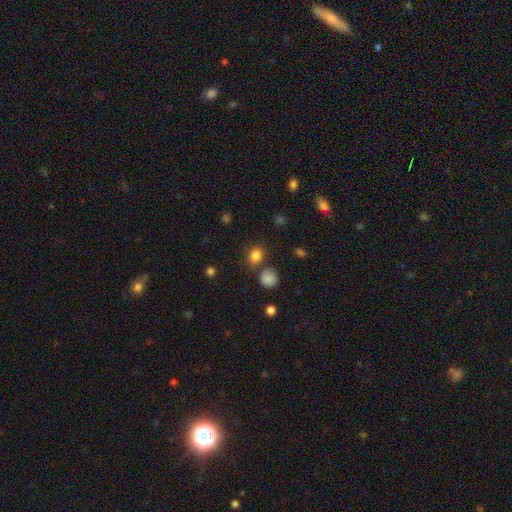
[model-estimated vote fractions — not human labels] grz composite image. It shows a smooth galaxy with no disk features (82%) that is round (59%). Merging: none (73%).